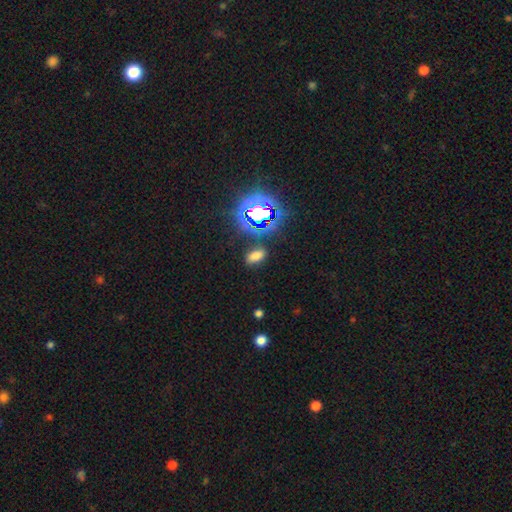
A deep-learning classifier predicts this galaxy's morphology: smooth_or_featured: smooth (p=0.63) [alt: star or artifact p=0.30]
how_rounded: in between (p=0.87) [alt: round p=0.07]
merging: none (p=0.84) [alt: minor disturbance p=0.10]